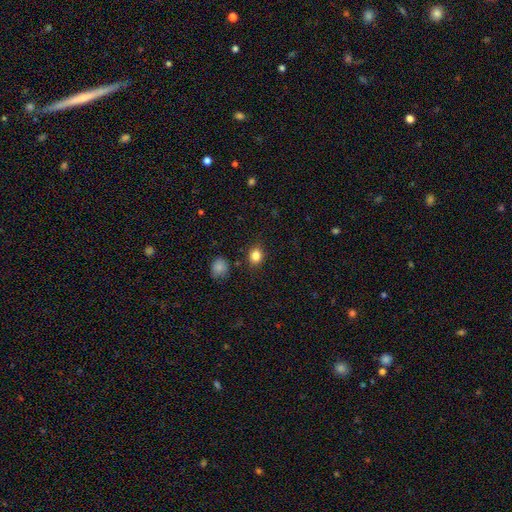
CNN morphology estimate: Smooth or featured? Predicted: smooth (p=0.84). How rounded? Predicted: round (p=0.68). Merging? Predicted: none (p=0.85).